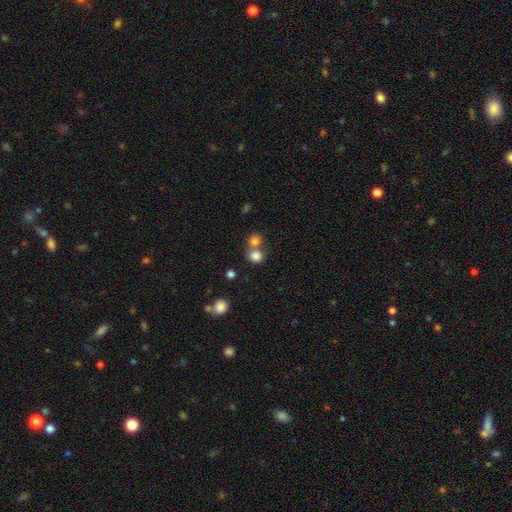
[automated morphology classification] A smooth galaxy with no disk features (81%) that is round (80%).

Vote fractions:
- Smooth or featured? smooth: 81% / star or artifact: 12% / featured or disk: 7%
- How rounded? round: 80% / in between: 19% / cigar-shaped: 1%
- Merging? none: 48% / merger: 41% / minor disturbance: 7% / major disturbance: 3%